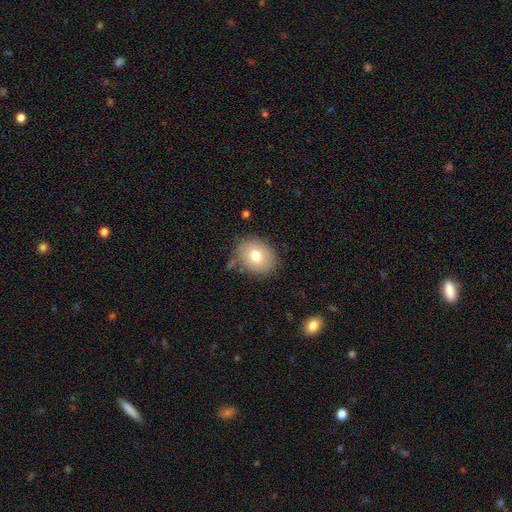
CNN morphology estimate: smooth_or_featured: smooth (p=0.75) [alt: featured or disk p=0.15]
how_rounded: round (p=0.57) [alt: in between p=0.43]
merging: none (p=0.81) [alt: minor disturbance p=0.12]